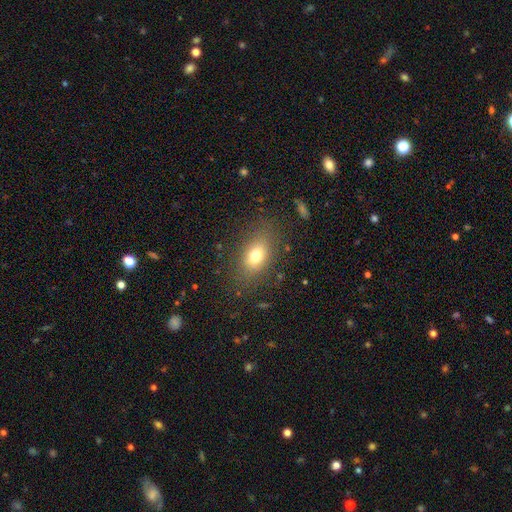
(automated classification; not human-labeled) smooth 73%, featured or disk 14%, star or artifact 13%. Down the decision tree: how rounded — in between (77%); merging — none (81%).